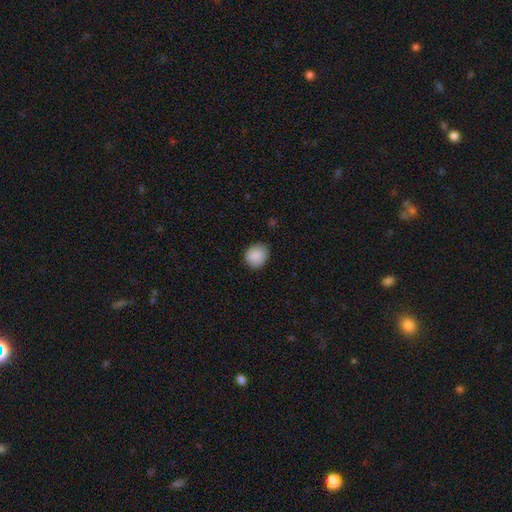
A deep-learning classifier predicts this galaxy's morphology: This appears to be a smooth galaxy with no disk features (89%) that is round (78%). Merging: none (83%).